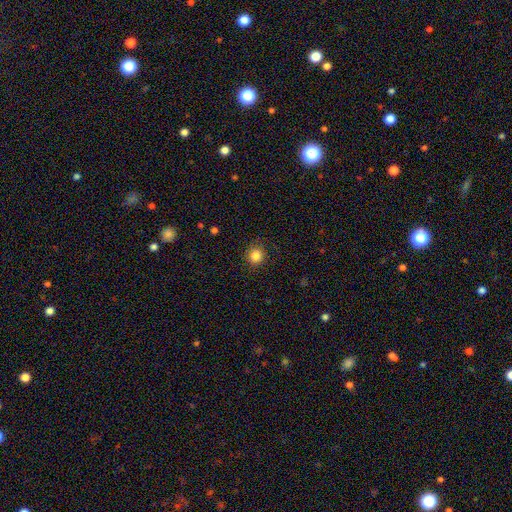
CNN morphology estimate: Smooth or featured: smooth — 84% (star or artifact — 11%)
How rounded: round — 89% (in between — 10%)
Merging: none — 87% (minor disturbance — 9%)